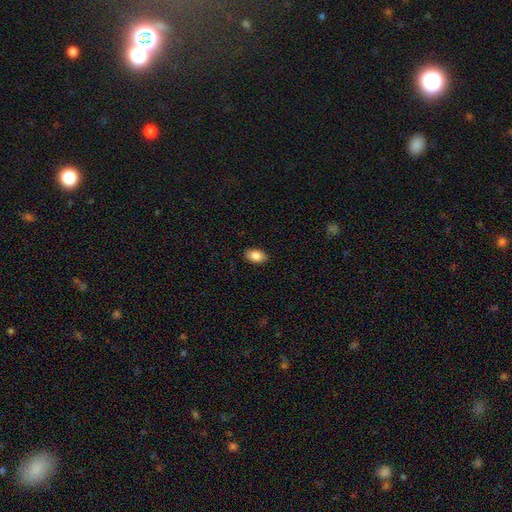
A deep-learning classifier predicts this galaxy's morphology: Smooth or featured: smooth — 85% (featured or disk — 7%)
How rounded: in between — 91% (round — 7%)
Merging: none — 88% (minor disturbance — 9%)